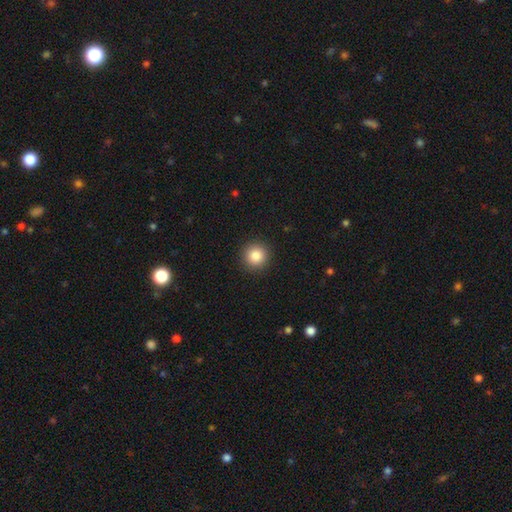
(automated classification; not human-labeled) smooth_or_featured: smooth (p=0.84) [alt: star or artifact p=0.10]
how_rounded: round (p=0.94) [alt: in between p=0.05]
merging: none (p=0.92) [alt: minor disturbance p=0.05]